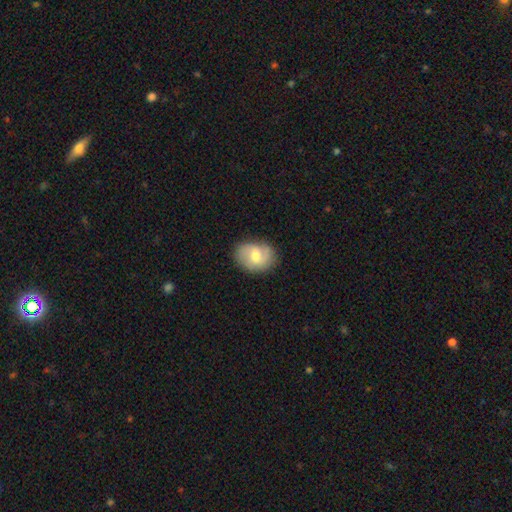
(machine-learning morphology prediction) Q: Smooth or featured?
A: smooth (48%); runner-up: featured or disk (45%)
Q: Merging?
A: none (76%); runner-up: minor disturbance (18%)